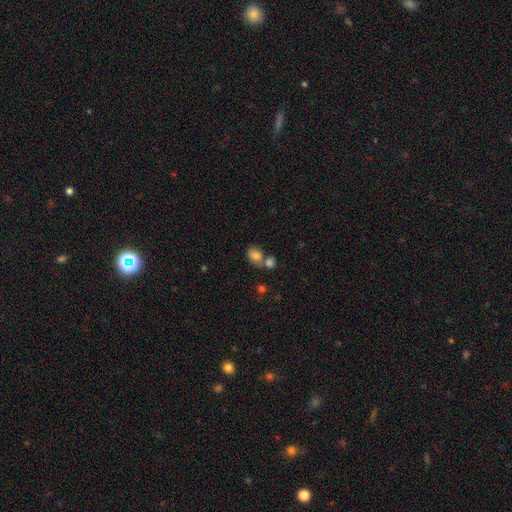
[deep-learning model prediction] Smooth or featured: smooth — 80% (star or artifact — 11%)
How rounded: in between — 57% (round — 42%)
Merging: none — 42% (tied with merger — 42%)